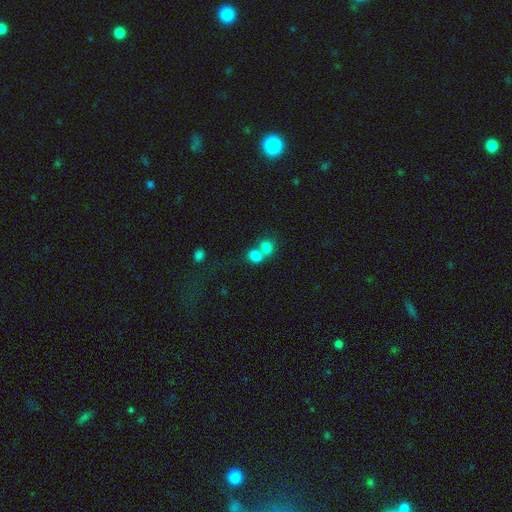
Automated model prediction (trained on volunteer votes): smooth_or_featured: smooth (p=0.80) [alt: star or artifact p=0.11]
how_rounded: round (p=0.60) [alt: in between p=0.39]
merging: merger (p=0.59) [alt: none p=0.30]